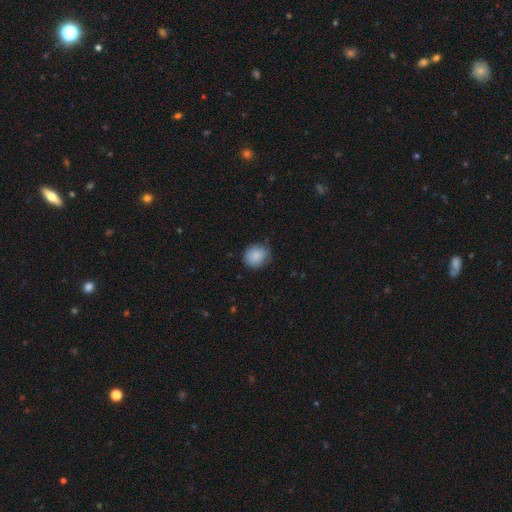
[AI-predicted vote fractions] smooth_or_featured: smooth (p=0.87) [alt: star or artifact p=0.08]
how_rounded: round (p=0.80) [alt: in between p=0.19]
merging: none (p=0.76) [alt: minor disturbance p=0.19]